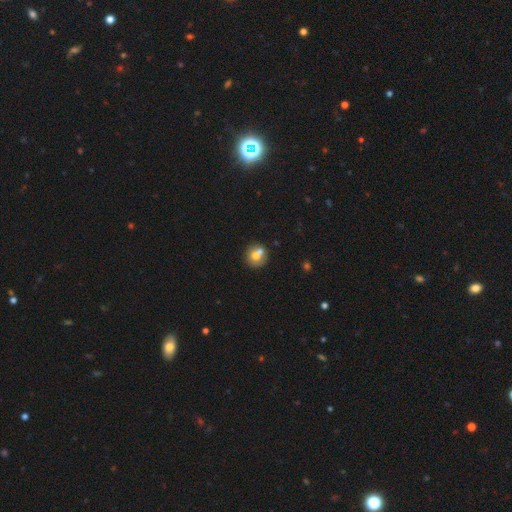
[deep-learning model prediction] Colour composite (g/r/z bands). It shows a smooth galaxy with no disk features (66%) that is round (83%). Merging: none (48%).